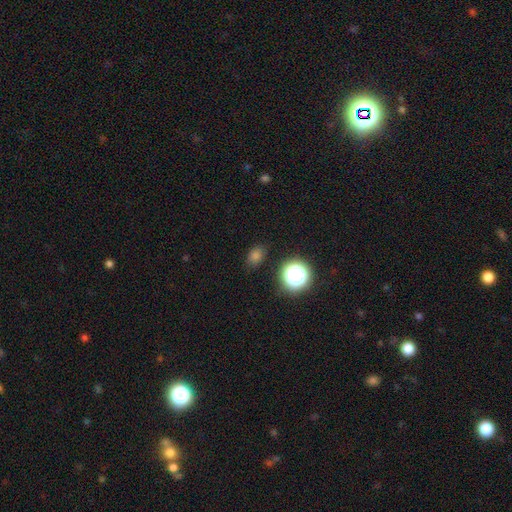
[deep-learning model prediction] smooth-or-featured: smooth: 68% | star or artifact: 27% | featured or disk: 6%
  how-rounded: in between: 57% | round: 42% | cigar-shaped: 2%
  merging: none: 85% | minor disturbance: 10% | major disturbance: 3% | merger: 2%